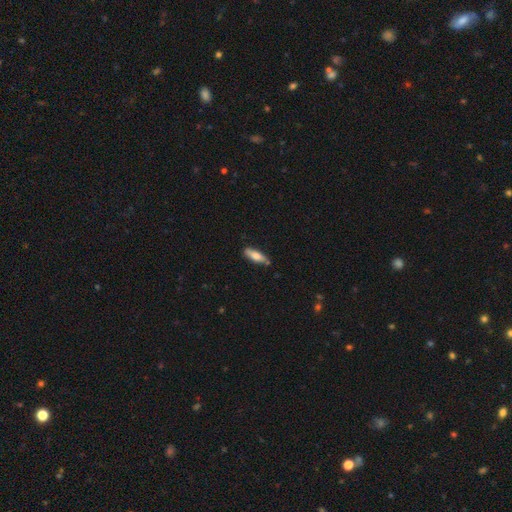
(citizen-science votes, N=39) Overall: smooth (77%). How rounded: cigar-shaped (60%; in between 37%). Merging: none (84%).